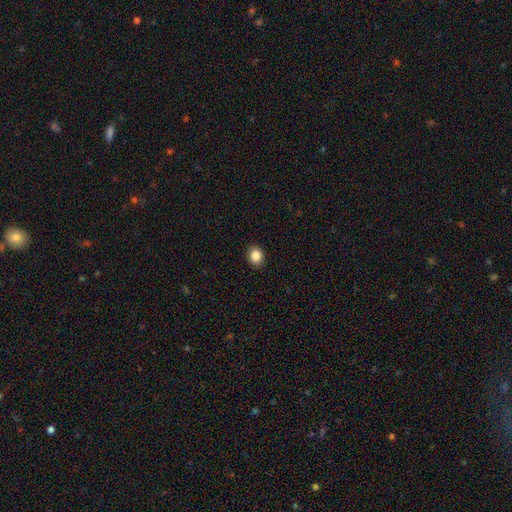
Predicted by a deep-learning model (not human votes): Morphology: type=smooth (86%); roundness=round (59%); merging=none (91%).